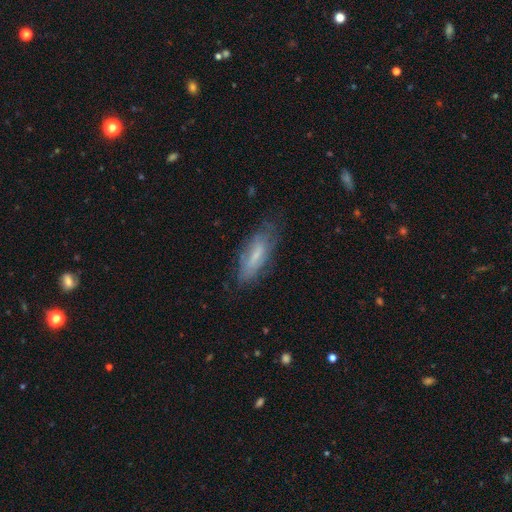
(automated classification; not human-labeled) This is possibly a smooth galaxy (53%). How rounded: possibly in between (57%). Merging: likely none (69%).